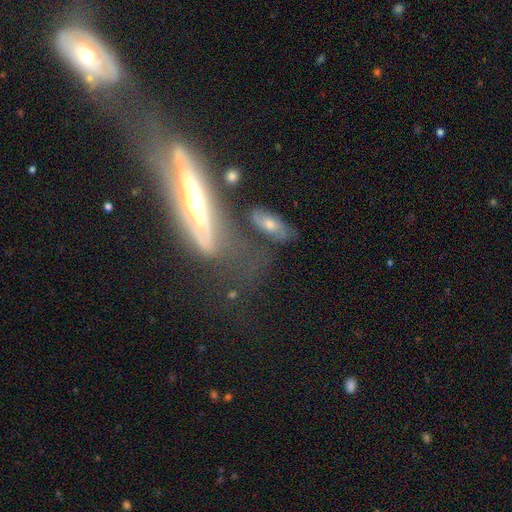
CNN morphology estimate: Overall: featured or disk (65%; smooth 26%). Edge-on disk: yes (55%; no 45%). Merging: none (43%; major disturbance 24%).